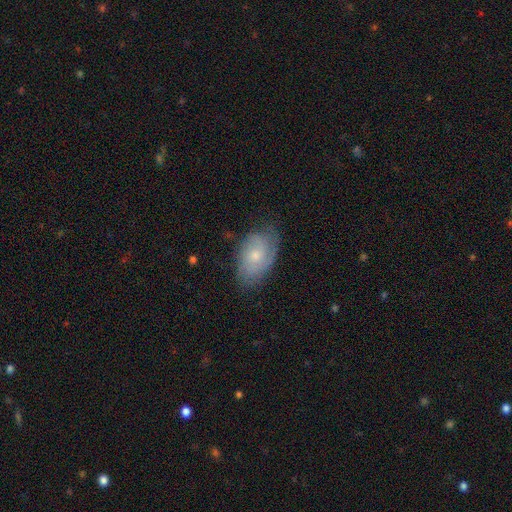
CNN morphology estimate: Smooth or featured? featured or disk (55%)
Edge-on disk? no (94%)
Bar? no (78%)
Spiral arms? yes (82%)
Bulge size? moderate (48%)
Merging? none (67%)